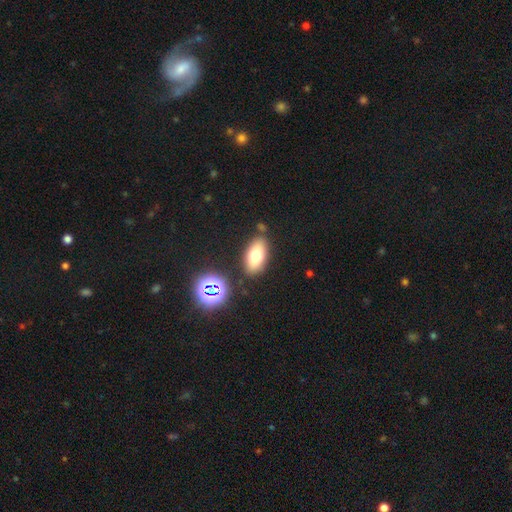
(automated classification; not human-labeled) smooth 71%, featured or disk 17%, star or artifact 12%. Down the decision tree: how rounded — in between (87%); merging — none (83%).